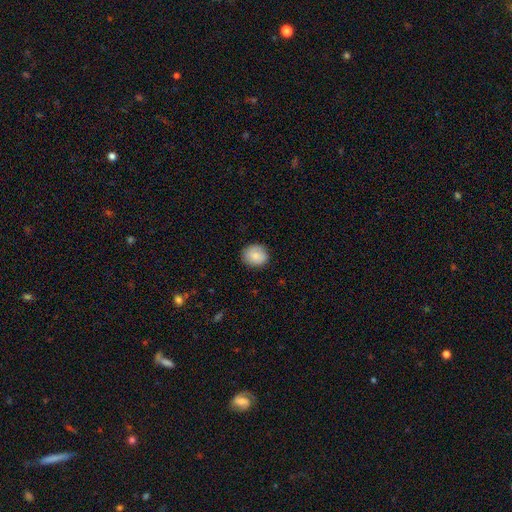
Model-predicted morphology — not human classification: type=smooth (84%); roundness=round (76%); merging=none (86%).